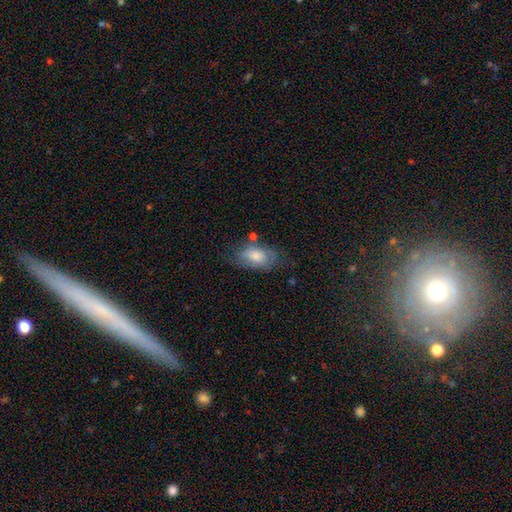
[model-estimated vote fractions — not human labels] Q: Smooth or featured?
A: smooth (61%); runner-up: featured or disk (29%)
Q: How rounded?
A: in between (90%); runner-up: round (7%)
Q: Merging?
A: none (55%); runner-up: minor disturbance (27%)